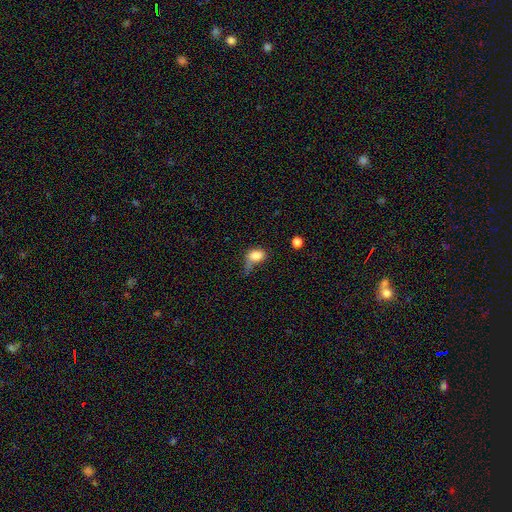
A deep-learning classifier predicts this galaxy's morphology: Smooth or featured? smooth (81%)
How rounded? in between (75%)
Merging? major disturbance (36%)